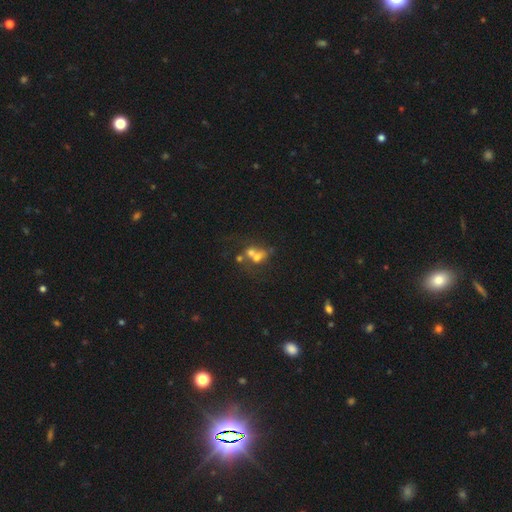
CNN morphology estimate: Q: Smooth or featured?
A: smooth (51%); runner-up: featured or disk (31%)
Q: How rounded?
A: round (57%); runner-up: in between (41%)
Q: Merging?
A: merger (60%); runner-up: none (23%)